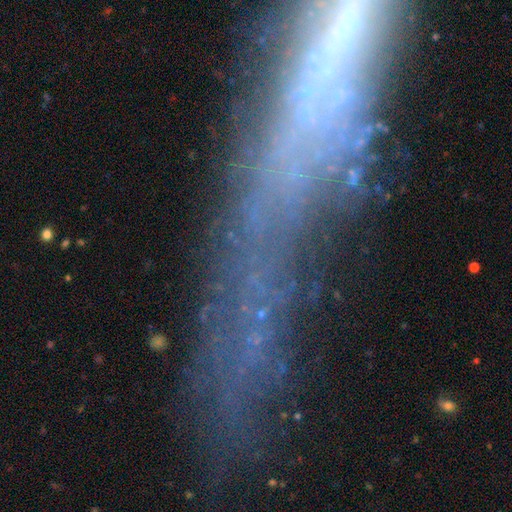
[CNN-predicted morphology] smooth_or_featured: featured or disk (p=0.50) [alt: star or artifact p=0.26]
merging: none (p=0.50) [alt: major disturbance p=0.21]